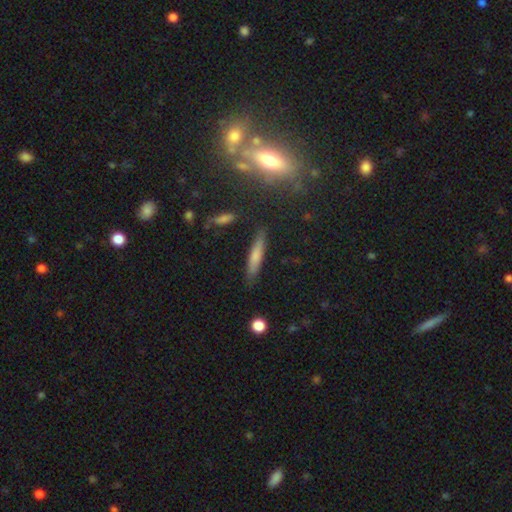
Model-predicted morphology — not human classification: type=smooth (69%); roundness=cigar-shaped (87%); merging=none (84%).